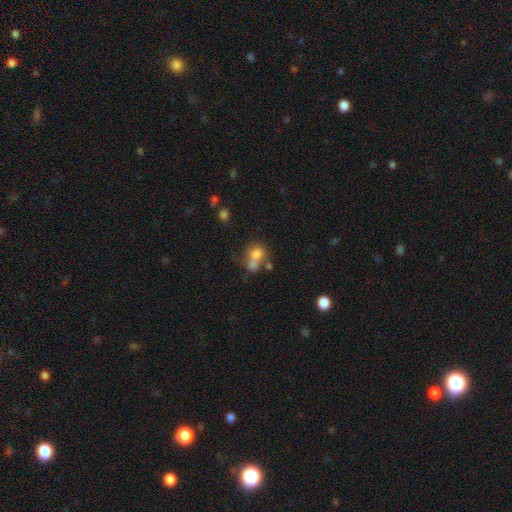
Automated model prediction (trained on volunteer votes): Smooth or featured: smooth — 72% (featured or disk — 16%)
How rounded: in between — 52% (round — 46%)
Merging: merger — 50% (none — 26%)